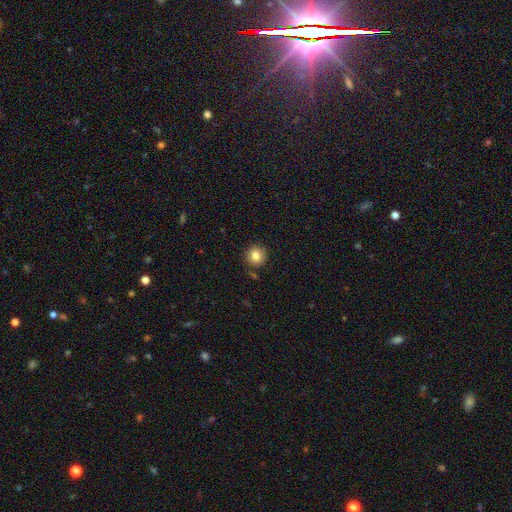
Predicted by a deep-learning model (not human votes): smooth 82%, star or artifact 10%, featured or disk 8%. Down the decision tree: how rounded — round (91%); merging — none (85%).